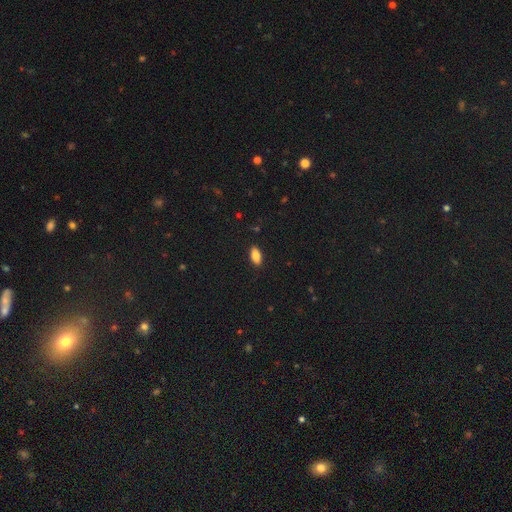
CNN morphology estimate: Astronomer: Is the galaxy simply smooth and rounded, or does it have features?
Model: smooth — 84%.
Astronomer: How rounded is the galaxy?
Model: in between — 87%.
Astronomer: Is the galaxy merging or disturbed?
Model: none — 88%.